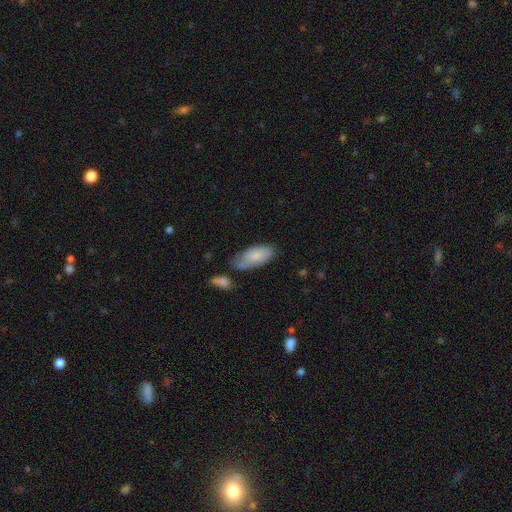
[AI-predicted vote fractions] Q: Smooth or featured?
A: smooth (77%); runner-up: featured or disk (16%)
Q: How rounded?
A: in between (90%); runner-up: cigar-shaped (8%)
Q: Merging?
A: none (52%); runner-up: minor disturbance (29%)